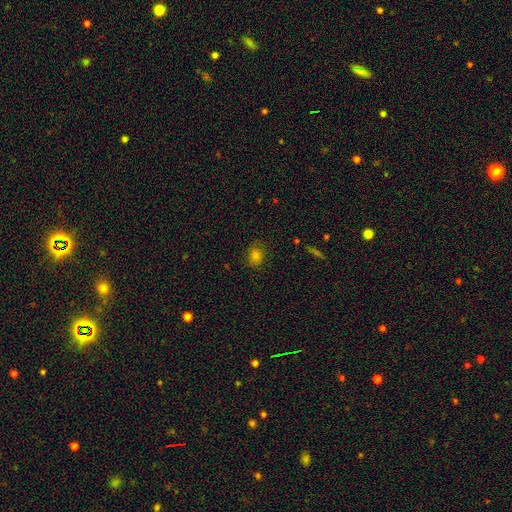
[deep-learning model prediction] Q: Smooth or featured?
A: smooth (76%); runner-up: star or artifact (16%)
Q: How rounded?
A: round (54%); runner-up: in between (44%)
Q: Merging?
A: none (80%); runner-up: minor disturbance (15%)